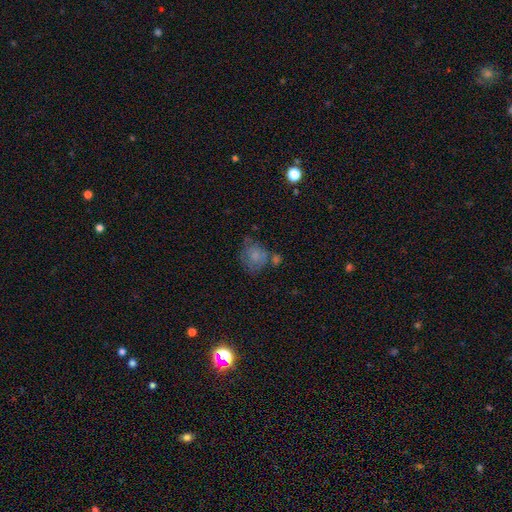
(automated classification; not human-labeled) Smooth or featured: smooth — 64% (featured or disk — 25%)
How rounded: round — 54% (in between — 45%)
Merging: none — 39% (minor disturbance — 25%)